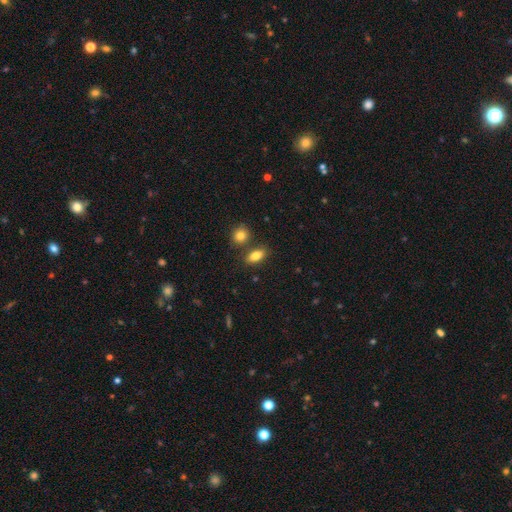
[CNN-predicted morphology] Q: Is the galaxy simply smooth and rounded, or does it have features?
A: smooth — 83%.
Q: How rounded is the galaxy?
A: in between — 83%.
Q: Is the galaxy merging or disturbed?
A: none — 74%.